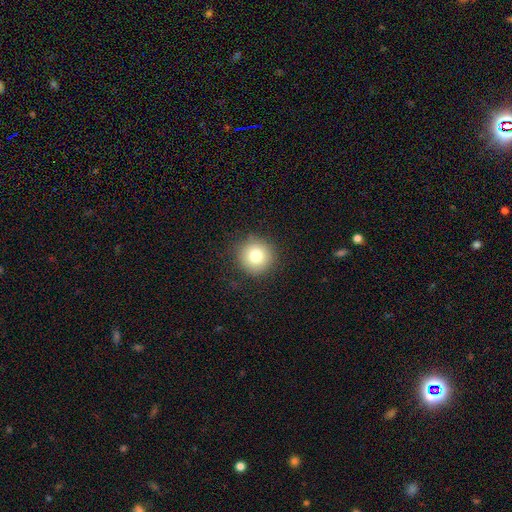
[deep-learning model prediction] smooth-or-featured: smooth: 78% | star or artifact: 11% | featured or disk: 10%
  how-rounded: round: 94% | in between: 5% | cigar-shaped: 1%
  merging: none: 89% | minor disturbance: 8% | major disturbance: 3% | merger: 1%